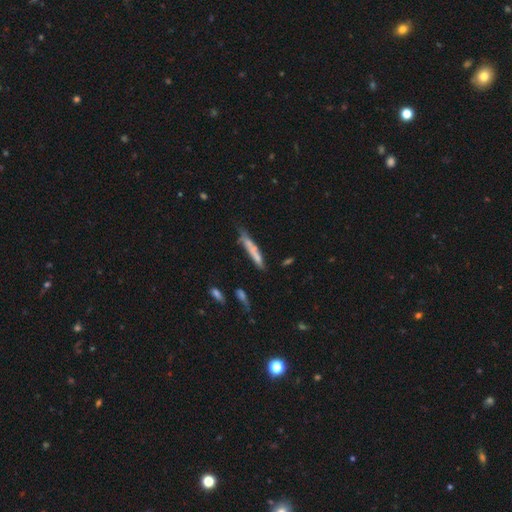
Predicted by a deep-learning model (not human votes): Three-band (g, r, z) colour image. It shows a smooth galaxy with no disk features (57%) that is cigar-shaped (93%). Merging: none (65%).